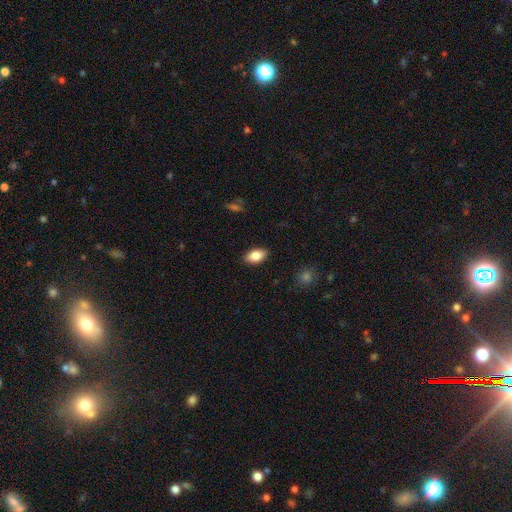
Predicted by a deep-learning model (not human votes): Smooth or featured? Predicted: smooth (p=0.85). How rounded? Predicted: in between (p=0.92). Merging? Predicted: none (p=0.89).